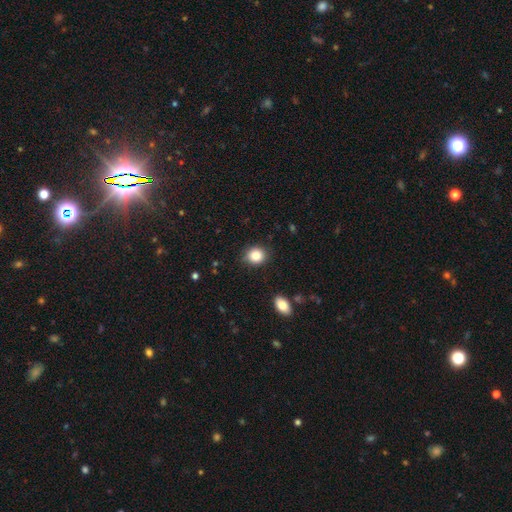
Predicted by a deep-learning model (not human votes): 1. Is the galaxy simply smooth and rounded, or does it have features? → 87% smooth, 9% star or artifact, 4% featured or disk.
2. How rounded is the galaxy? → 75% round, 24% in between, 1% cigar-shaped.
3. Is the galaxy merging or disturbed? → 85% none, 11% minor disturbance, 3% major disturbance, 2% merger.